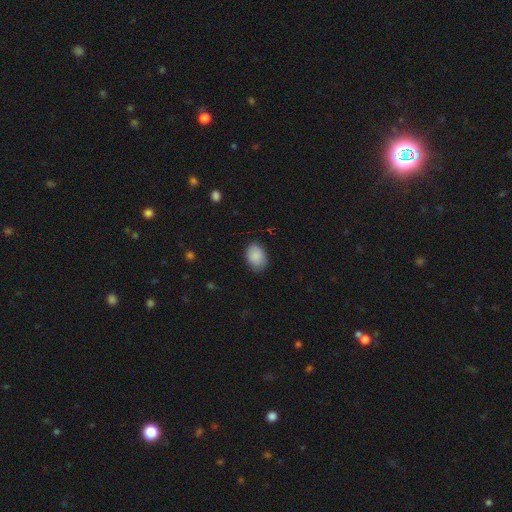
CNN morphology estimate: This appears to be a smooth galaxy with no disk features (88%) that is in between round and cigar-shaped (76%). Merging: none (80%).